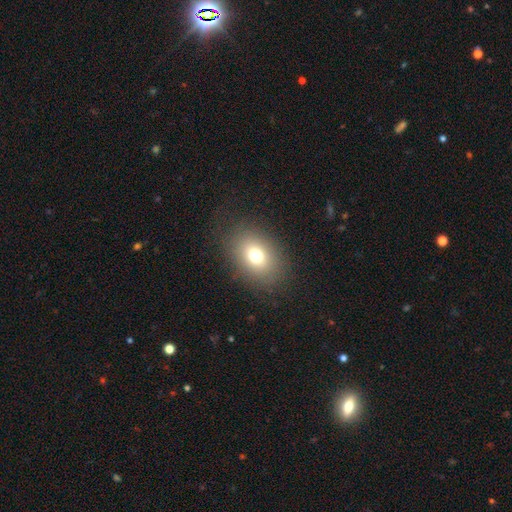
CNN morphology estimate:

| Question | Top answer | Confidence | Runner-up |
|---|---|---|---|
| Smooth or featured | smooth | 74% | featured or disk (13%) |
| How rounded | in between | 71% | round (28%) |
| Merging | none | 84% | minor disturbance (10%) |